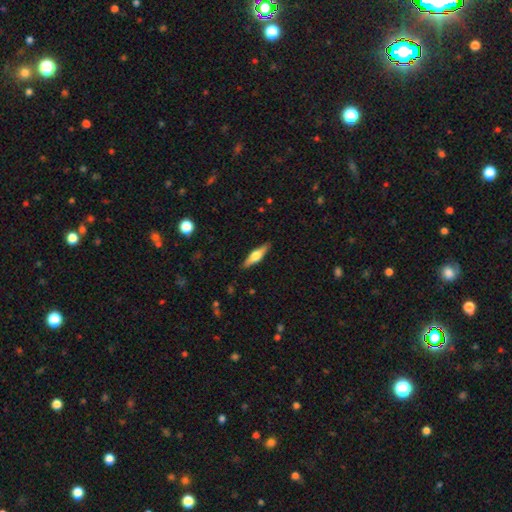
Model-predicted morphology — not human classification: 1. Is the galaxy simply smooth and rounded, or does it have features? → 60% featured or disk, 34% smooth, 6% star or artifact.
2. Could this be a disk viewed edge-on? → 96% yes, 4% no.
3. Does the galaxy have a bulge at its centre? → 92% rounded, 6% boxy, 2% none.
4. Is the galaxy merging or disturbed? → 89% none, 8% minor disturbance, 2% major disturbance, 1% merger.